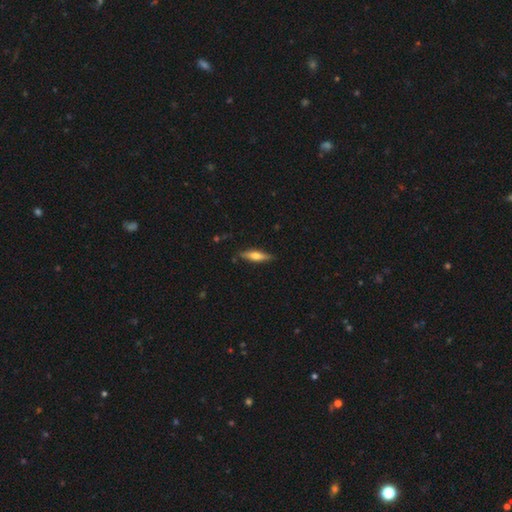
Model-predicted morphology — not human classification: This is possibly a featured or disk galaxy (49%). Merging: clearly none (84%).